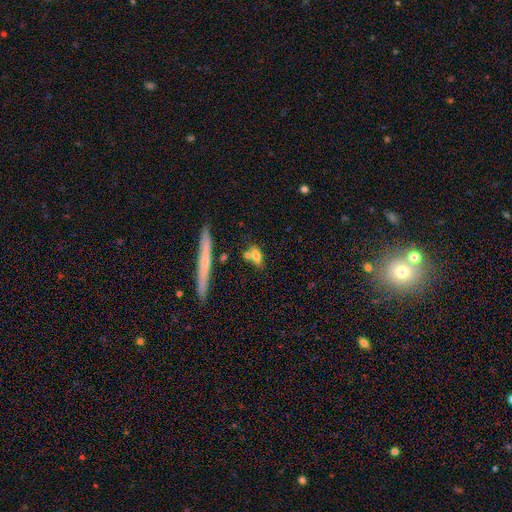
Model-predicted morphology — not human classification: Smooth or featured? Predicted: smooth (p=0.70). How rounded? Predicted: in between (p=0.59). Merging? Predicted: none (p=0.55).